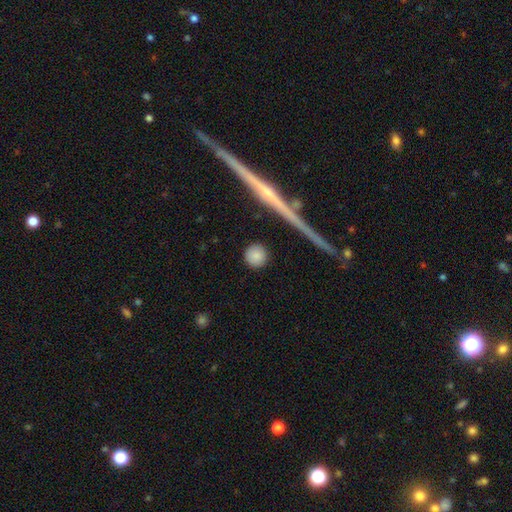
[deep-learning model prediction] Smooth or featured?
  - smooth: 84% *
  - featured or disk: 8%
  - star or artifact: 8%
How rounded?
  - round: 93% *
  - in between: 5%
  - cigar-shaped: 2%
Merging?
  - none: 89% *
  - minor disturbance: 7%
  - major disturbance: 2%
  - merger: 2%